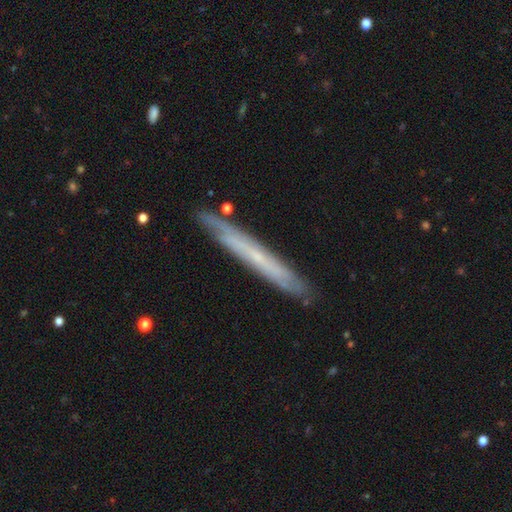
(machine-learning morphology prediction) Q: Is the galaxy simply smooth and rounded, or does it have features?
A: featured or disk — 58%.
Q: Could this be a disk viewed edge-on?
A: yes — 87%.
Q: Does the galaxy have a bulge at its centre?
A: none — 75%.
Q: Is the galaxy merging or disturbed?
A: none — 86%.